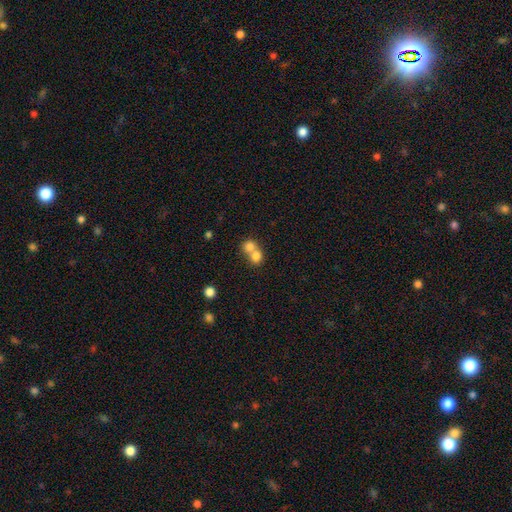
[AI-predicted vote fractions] This is likely a smooth galaxy (76%). How rounded: likely round (76%). Merging: likely merger (67%).